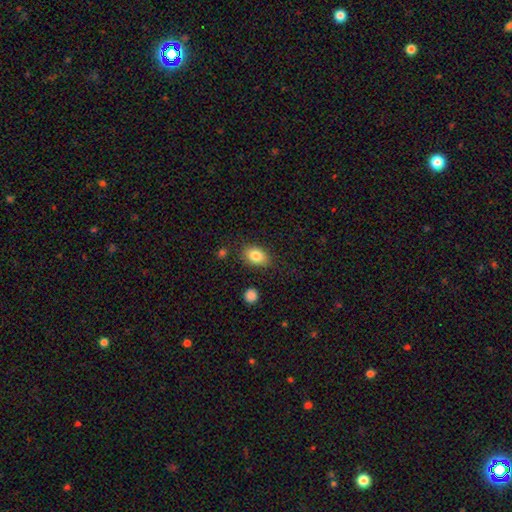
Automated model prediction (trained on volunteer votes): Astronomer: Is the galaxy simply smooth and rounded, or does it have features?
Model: smooth — 84%.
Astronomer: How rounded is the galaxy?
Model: in between — 79%.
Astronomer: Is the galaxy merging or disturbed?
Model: none — 81%.